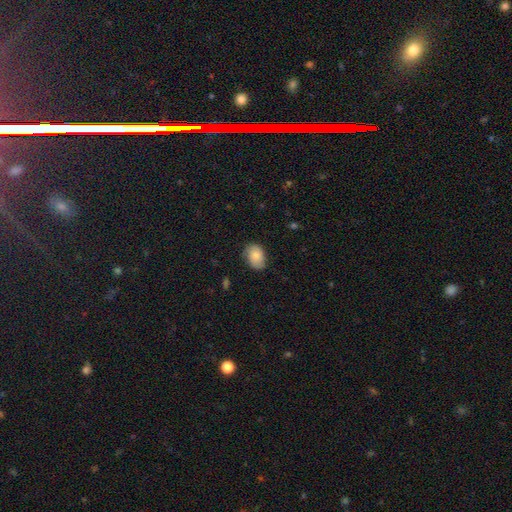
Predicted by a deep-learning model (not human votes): smooth 85%, featured or disk 9%, star or artifact 7%. Down the decision tree: how rounded — in between (80%); merging — none (76%).